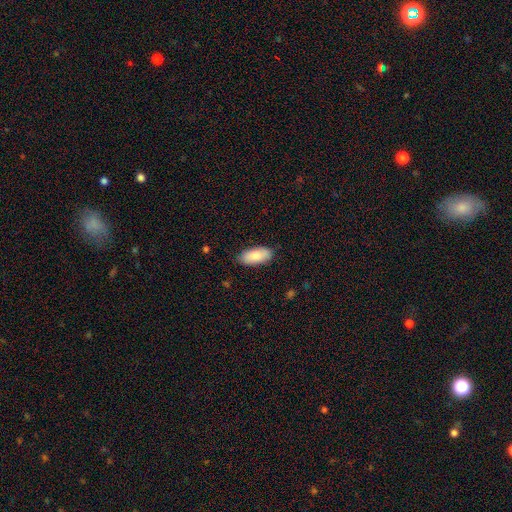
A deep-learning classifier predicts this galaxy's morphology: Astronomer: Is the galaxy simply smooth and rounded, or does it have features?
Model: smooth — 85%.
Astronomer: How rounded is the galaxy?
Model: in between — 89%.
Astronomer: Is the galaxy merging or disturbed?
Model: none — 85%.